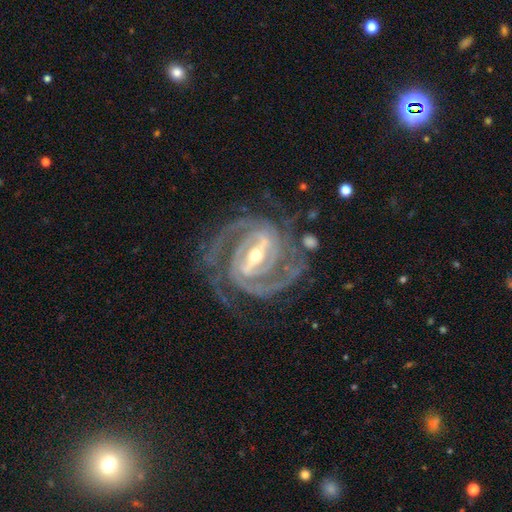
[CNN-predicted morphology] smooth-or-featured: featured or disk: 94% | star or artifact: 3% | smooth: 2%
  disk-edge-on: no: 97% | yes: 3%
    bar: strong: 74% | weak: 20% | no: 5%
    has-spiral-arms: yes: 99% | no: 1%
      spiral-winding: tight: 59% | medium: 36% | loose: 5%
      spiral-arm-count: 2: 52% | 3: 25% | 4: 9% | can't tell: 6% | more than 4: 4% | 1: 4%
    bulge-size: small: 50% | moderate: 47% | large: 2% | none: 1% | dominant: 1%
  merging: none: 73% | minor disturbance: 15% | major disturbance: 10% | merger: 2%